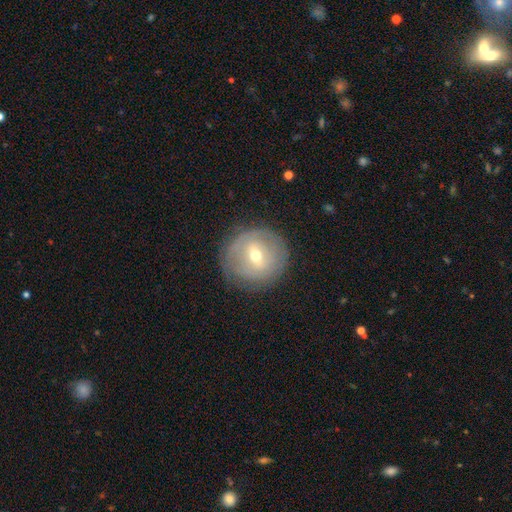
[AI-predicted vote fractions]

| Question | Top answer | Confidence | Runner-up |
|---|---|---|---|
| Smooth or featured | featured or disk | 58% | smooth (35%) |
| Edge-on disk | no | 94% | yes (6%) |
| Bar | weak | 51% | no (27%) |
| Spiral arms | no | 50% | tied: yes (50%) |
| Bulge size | moderate | 55% | small (41%) |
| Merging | none | 80% | minor disturbance (13%) |